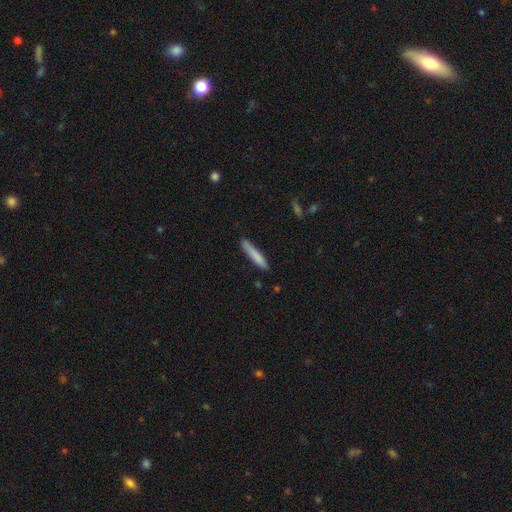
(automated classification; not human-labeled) Smooth or featured: smooth — 80% (featured or disk — 14%)
How rounded: cigar-shaped — 92% (in between — 7%)
Merging: none — 81% (minor disturbance — 14%)